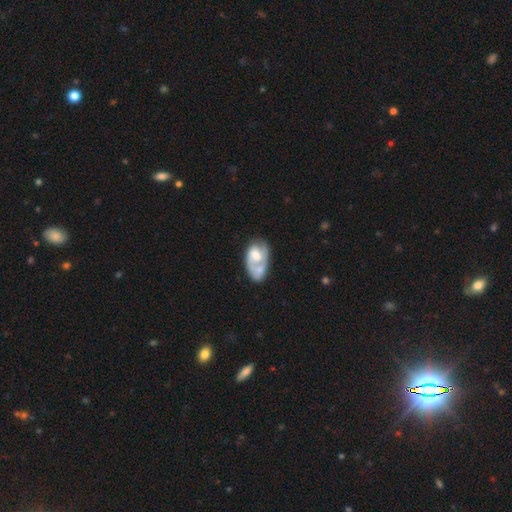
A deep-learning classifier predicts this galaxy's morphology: This is possibly a featured or disk galaxy (60%). It is clearly not viewed edge-on (96%). Bar: likely no (64%). Spiral arm pattern: likely yes (68%). Central bulge: possibly moderate (50%). Merging: marginally none (36%).